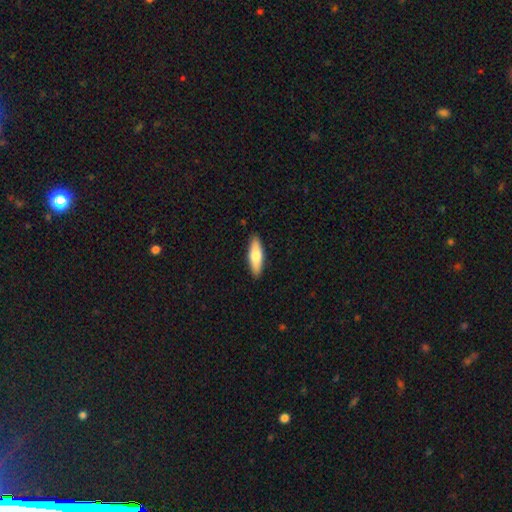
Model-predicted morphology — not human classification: A smooth galaxy with no disk features (69%) that is cigar-shaped (52%).

Vote fractions:
- Smooth or featured? smooth: 69% / featured or disk: 25% / star or artifact: 5%
- How rounded? cigar-shaped: 52% / in between: 46% / round: 2%
- Merging? none: 90% / minor disturbance: 8% / major disturbance: 2% / merger: 1%